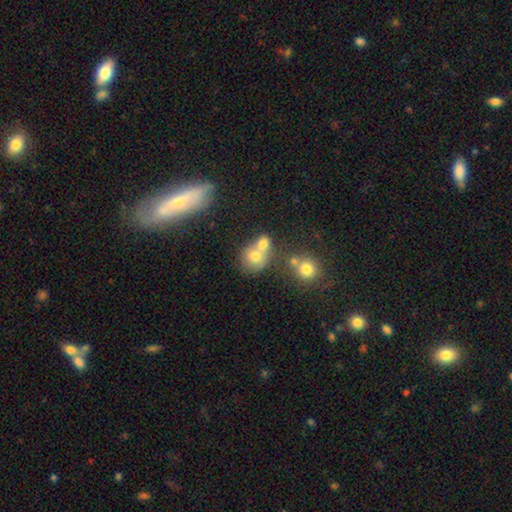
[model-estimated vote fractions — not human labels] The model was most divided on "merging": merger: 52%, none: 35%, minor disturbance: 9%, major disturbance: 5%. More confident: how rounded — round (74%); smooth or featured — smooth (68%).